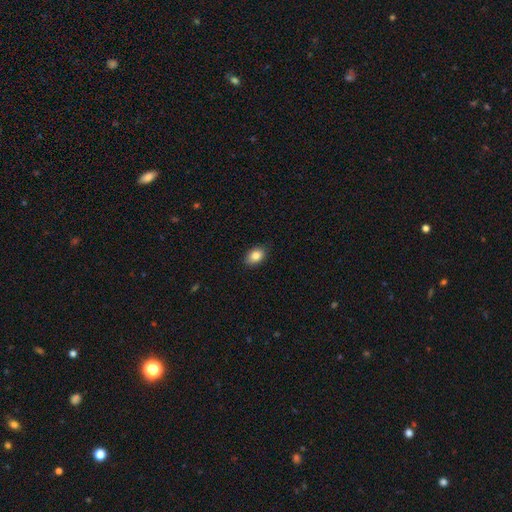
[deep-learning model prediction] Overall: smooth (85%). How rounded: in between (83%). Merging: none (87%).